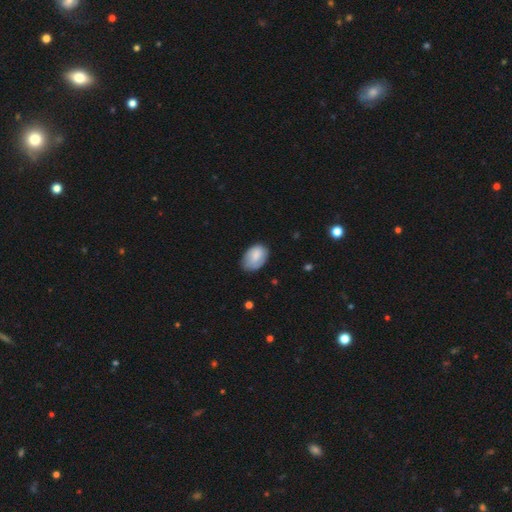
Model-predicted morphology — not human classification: type=smooth (80%); roundness=in between (87%); merging=none (66%).